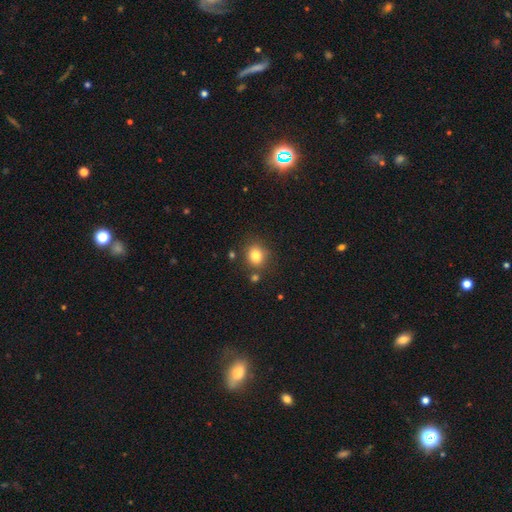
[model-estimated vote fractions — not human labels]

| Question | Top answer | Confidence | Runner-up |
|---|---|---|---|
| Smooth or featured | smooth | 82% | star or artifact (11%) |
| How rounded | round | 75% | in between (25%) |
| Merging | none | 78% | minor disturbance (11%) |